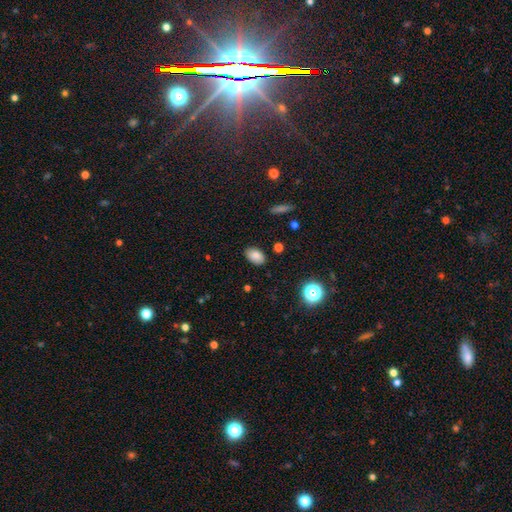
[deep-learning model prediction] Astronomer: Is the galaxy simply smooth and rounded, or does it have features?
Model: smooth — 83%.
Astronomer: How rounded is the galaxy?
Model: in between — 88%.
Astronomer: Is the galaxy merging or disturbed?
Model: none — 86%.